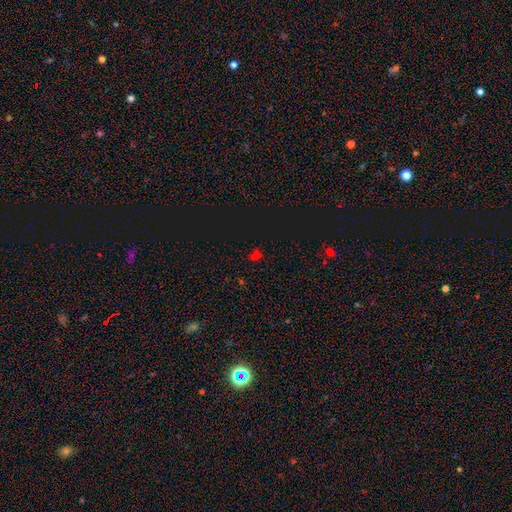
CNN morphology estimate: This is likely a star or artifact rather than a galaxy (61%).